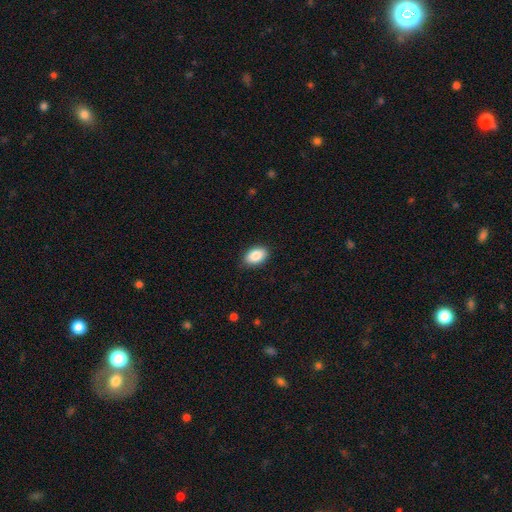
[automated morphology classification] A smooth galaxy with no disk features (88%) that is in between round and cigar-shaped (91%).

Vote fractions:
- Smooth or featured? smooth: 88% / star or artifact: 7% / featured or disk: 5%
- How rounded? in between: 91% / round: 8% / cigar-shaped: 1%
- Merging? none: 86% / minor disturbance: 11% / major disturbance: 2% / merger: 1%